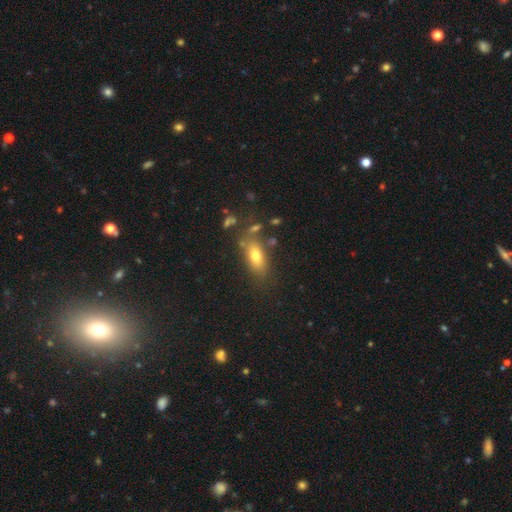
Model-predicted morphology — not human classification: type=smooth (71%); roundness=in between (77%); merging=none (71%).